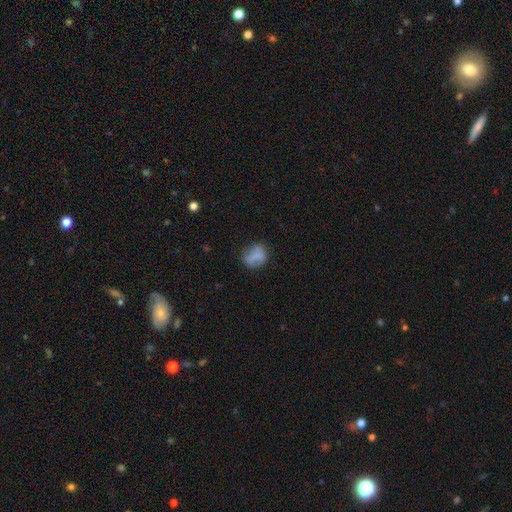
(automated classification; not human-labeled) A smooth galaxy with no disk features (64%) that is round (62%). Merging: none (59%).